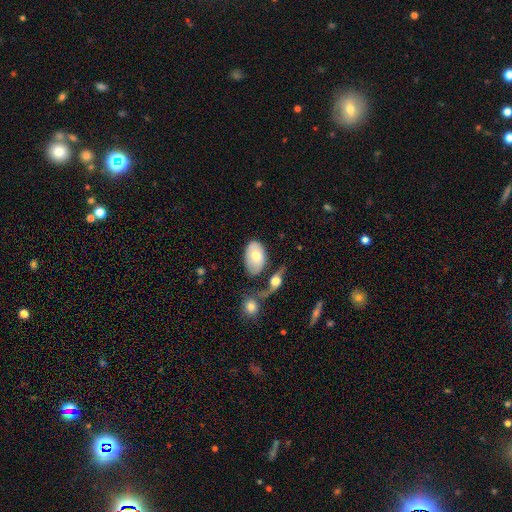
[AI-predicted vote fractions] Overall: smooth (66%; featured or disk 28%). How rounded: in between (92%). Merging: none (47%; merger 23%).